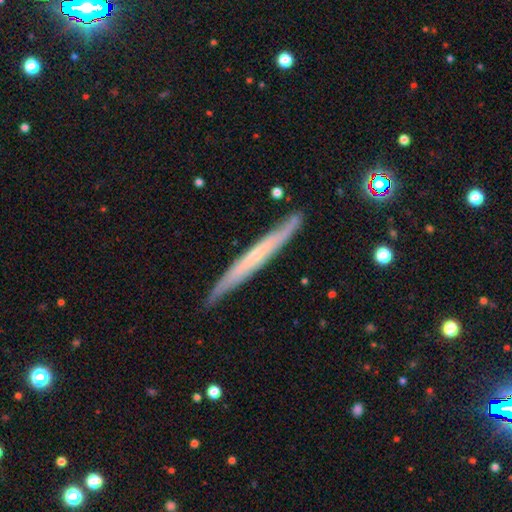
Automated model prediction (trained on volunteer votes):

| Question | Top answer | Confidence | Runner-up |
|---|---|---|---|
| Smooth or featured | featured or disk | 63% | smooth (31%) |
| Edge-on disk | yes | 90% | no (10%) |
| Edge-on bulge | none | 64% | rounded (33%) |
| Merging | none | 85% | minor disturbance (12%) |